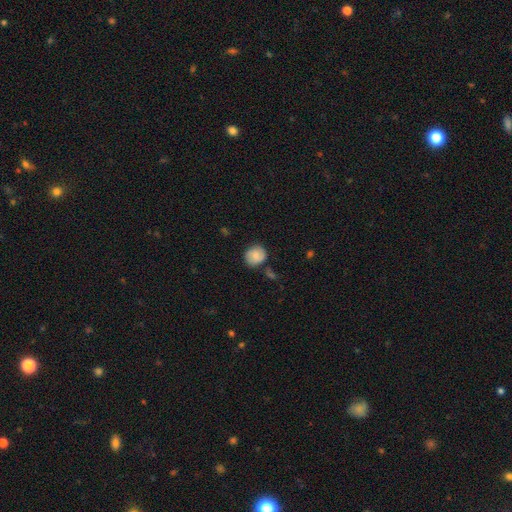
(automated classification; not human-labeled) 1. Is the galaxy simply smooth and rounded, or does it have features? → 74% smooth, 18% featured or disk, 8% star or artifact.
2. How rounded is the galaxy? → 81% round, 18% in between, 1% cigar-shaped.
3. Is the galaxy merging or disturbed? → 73% none, 18% minor disturbance, 5% merger, 4% major disturbance.